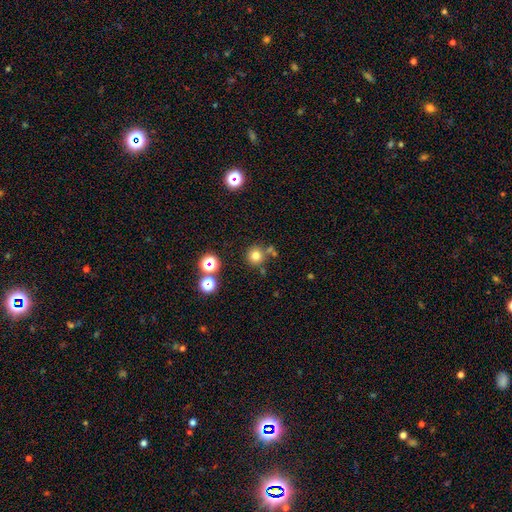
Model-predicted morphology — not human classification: This is likely a smooth galaxy (76%). How rounded: clearly round (93%). Merging: likely none (75%).